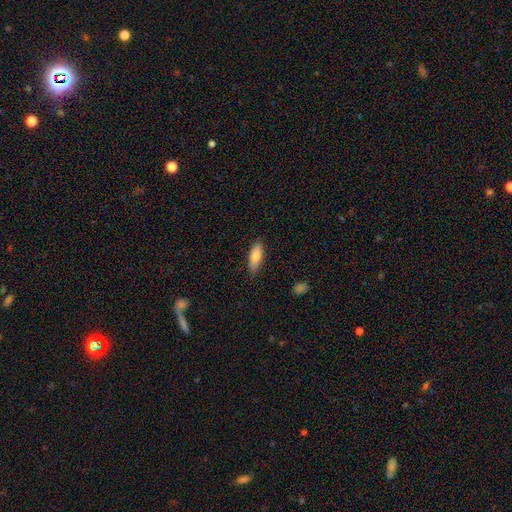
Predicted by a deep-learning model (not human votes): Morphology: type=smooth (78%); roundness=in between (64%); merging=none (82%).